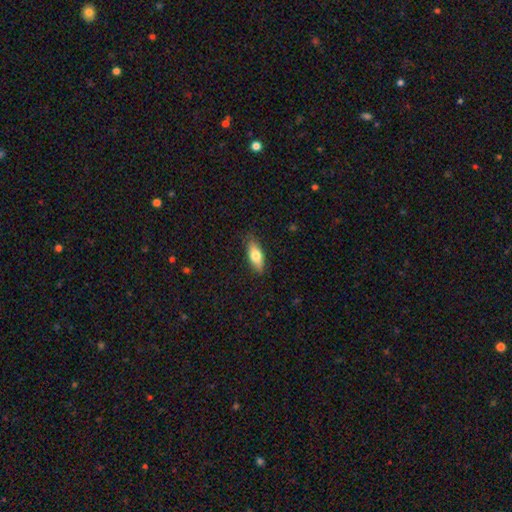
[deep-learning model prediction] smooth-or-featured: smooth: 72% | featured or disk: 22% | star or artifact: 6%
  how-rounded: in between: 72% | cigar-shaped: 25% | round: 3%
  merging: none: 85% | minor disturbance: 12% | major disturbance: 2% | merger: 1%